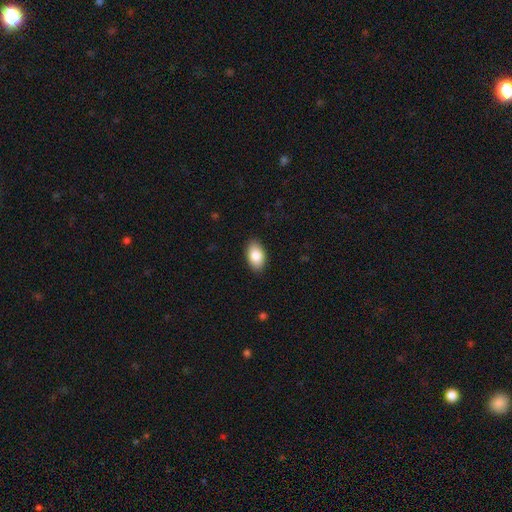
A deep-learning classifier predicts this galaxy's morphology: Smooth or featured? Predicted: smooth (p=0.85). How rounded? Predicted: in between (p=0.93). Merging? Predicted: none (p=0.88).